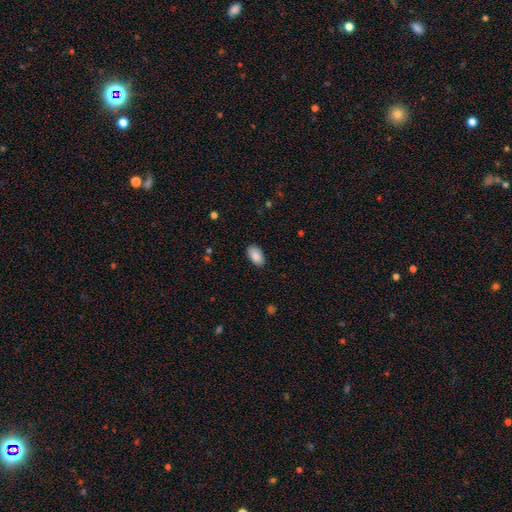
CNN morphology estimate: Overall: smooth (89%). How rounded: in between (95%). Merging: none (87%).